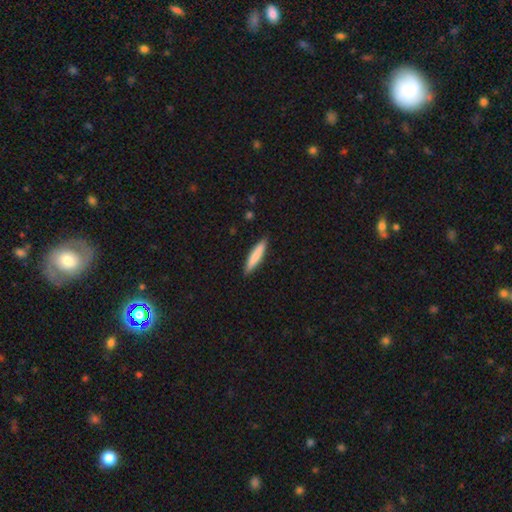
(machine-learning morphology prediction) Smooth or featured?
  - smooth: 81% *
  - featured or disk: 14%
  - star or artifact: 5%
How rounded?
  - cigar-shaped: 89% *
  - in between: 10%
  - round: 1%
Merging?
  - none: 91% *
  - minor disturbance: 7%
  - major disturbance: 1%
  - merger: 1%